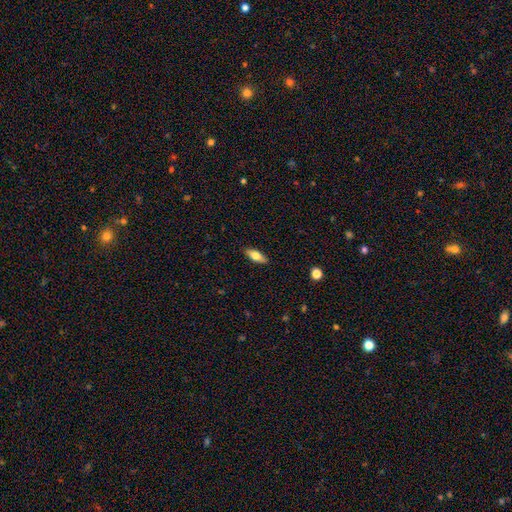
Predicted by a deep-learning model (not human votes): Morphology: type=smooth (70%); roundness=in between (75%); merging=none (88%).